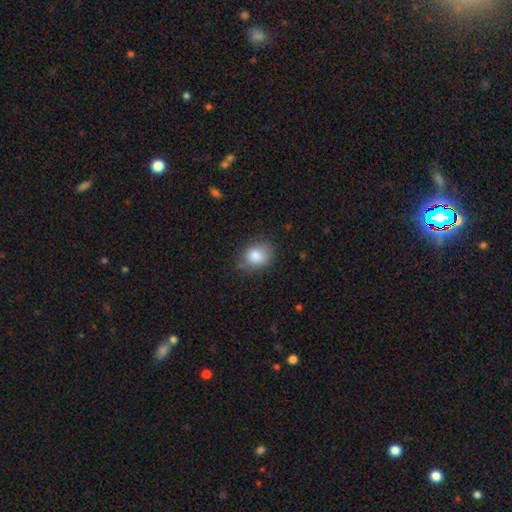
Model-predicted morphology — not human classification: Smooth or featured?
  - smooth: 84% *
  - star or artifact: 9%
  - featured or disk: 7%
How rounded?
  - round: 51% *
  - in between: 48%
  - cigar-shaped: 1%
Merging?
  - none: 70% *
  - minor disturbance: 23%
  - major disturbance: 5%
  - merger: 2%